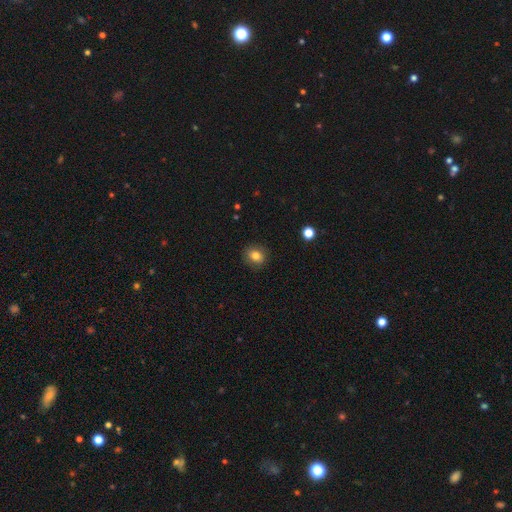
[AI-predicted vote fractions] The model was most divided on "how rounded": round: 66%, in between: 33%, cigar-shaped: 1%. More confident: merging — none (88%); smooth or featured — smooth (81%).